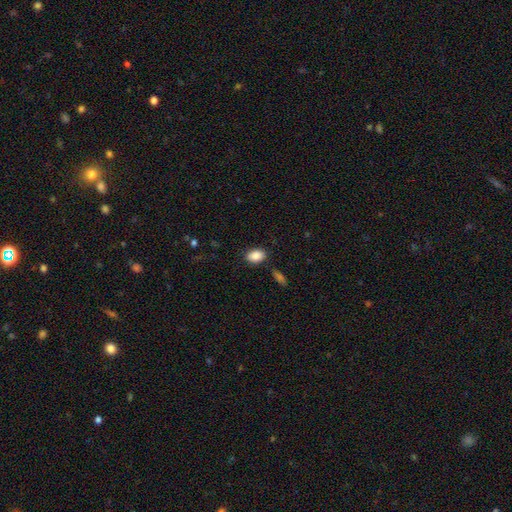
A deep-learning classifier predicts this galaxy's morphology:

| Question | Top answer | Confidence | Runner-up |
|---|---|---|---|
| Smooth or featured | smooth | 88% | star or artifact (7%) |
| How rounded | in between | 78% | round (20%) |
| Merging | none | 84% | minor disturbance (10%) |